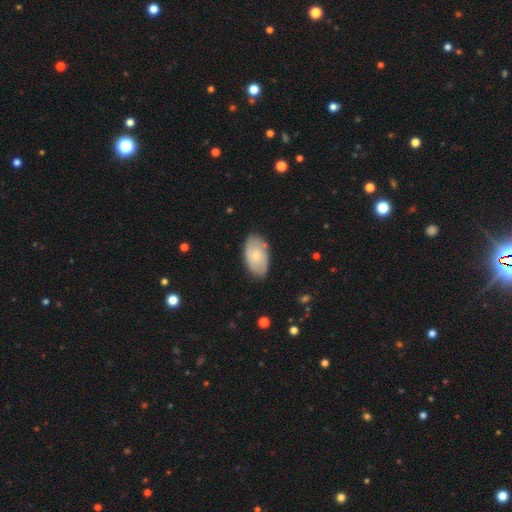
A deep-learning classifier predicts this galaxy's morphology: This appears to be a smooth galaxy with no disk features (51%) that is in between round and cigar-shaped (92%). Merging: none (78%).